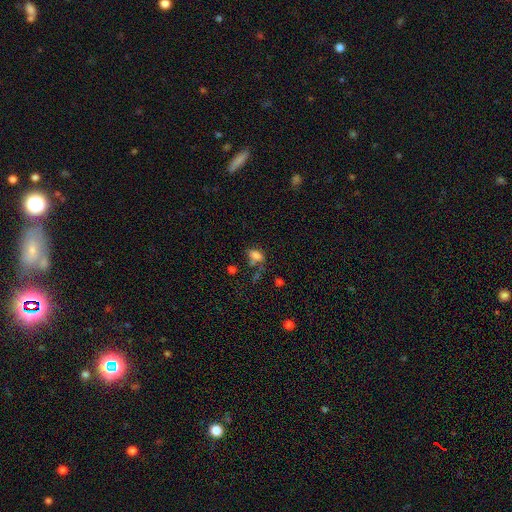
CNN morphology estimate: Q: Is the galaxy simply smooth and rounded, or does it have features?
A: smooth — 73%.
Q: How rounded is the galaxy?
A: in between — 83%.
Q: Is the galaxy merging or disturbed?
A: none — 42%.